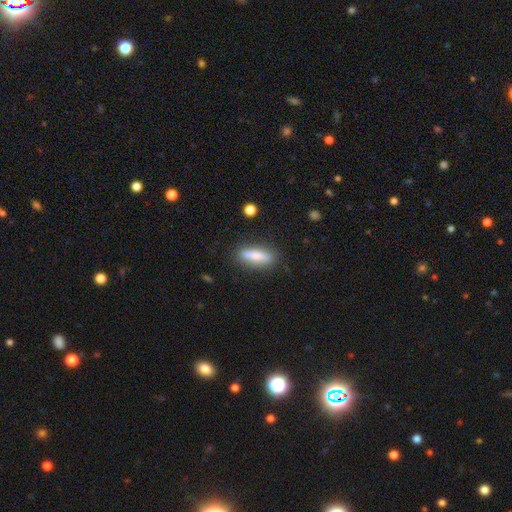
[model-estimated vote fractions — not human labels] This appears to be a smooth galaxy with no disk features (72%) that is cigar-shaped (65%). Merging: none (84%).